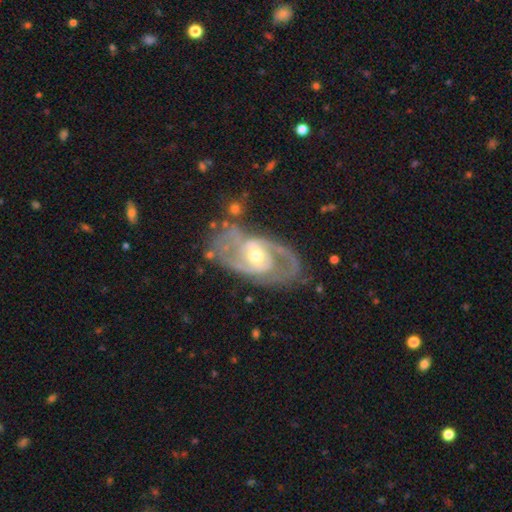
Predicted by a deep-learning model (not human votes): Smooth or featured: featured or disk — 88% (smooth — 7%)
Edge-on disk: no — 95% (yes — 5%)
Bar: weak — 43% (no — 36%)
Spiral arms: yes — 93% (no — 7%)
Spiral winding: medium — 49% (tight — 37%)
Spiral arm count: 2 — 79% (can't tell — 9%)
Bulge size: moderate — 66% (small — 27%)
Merging: none — 69% (minor disturbance — 18%)